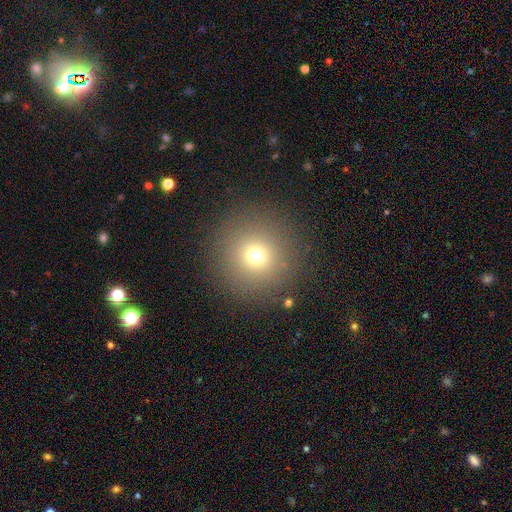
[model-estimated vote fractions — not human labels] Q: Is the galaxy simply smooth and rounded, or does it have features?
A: smooth — 70%.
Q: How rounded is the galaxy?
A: round — 96%.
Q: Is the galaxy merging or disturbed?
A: none — 89%.